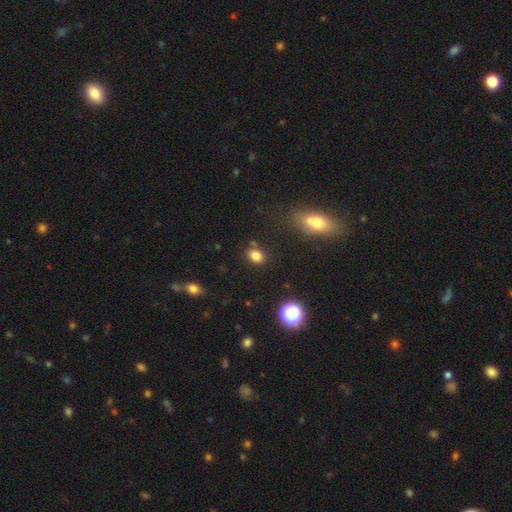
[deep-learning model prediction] Smooth or featured? smooth (80%)
How rounded? in between (66%)
Merging? none (77%)